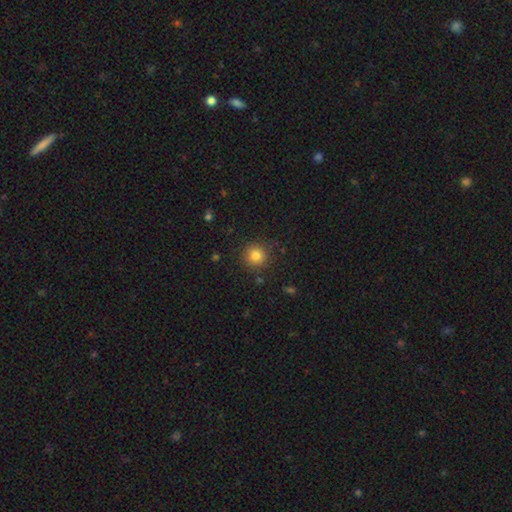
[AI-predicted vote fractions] Overall: smooth (82%). How rounded: round (94%). Merging: none (88%).